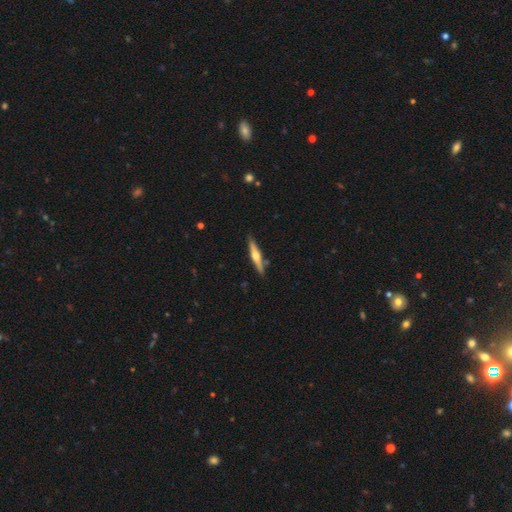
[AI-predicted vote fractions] Smooth or featured? Predicted: featured or disk (p=0.62). Edge-on disk? Predicted: yes (p=0.96). Edge-on bulge? Predicted: rounded (p=0.91). Merging? Predicted: none (p=0.86).